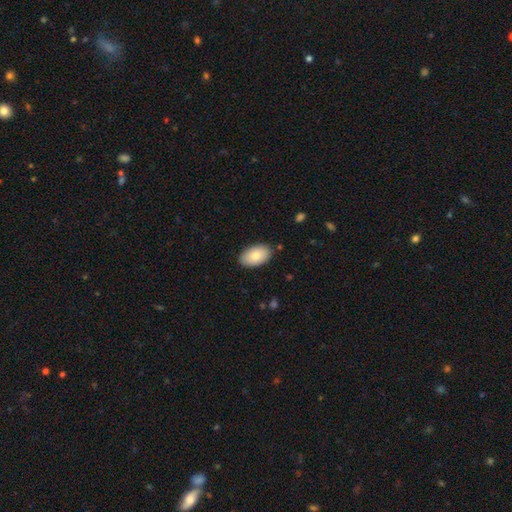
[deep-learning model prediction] smooth_or_featured: smooth (p=0.83) [alt: featured or disk p=0.11]
how_rounded: in between (p=0.94) [alt: round p=0.05]
merging: none (p=0.86) [alt: minor disturbance p=0.11]